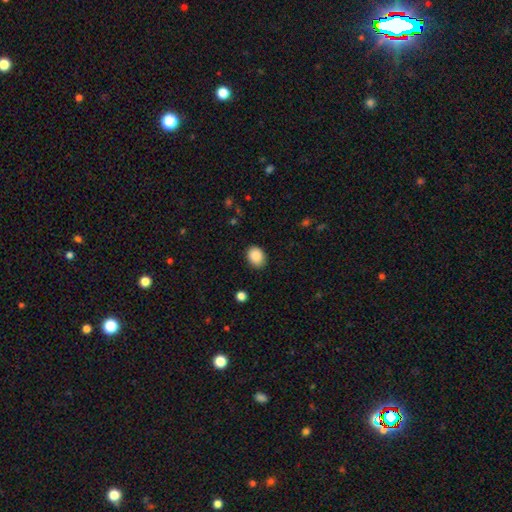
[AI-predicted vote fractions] This is clearly a smooth galaxy (89%). How rounded: possibly in between (57%). Merging: clearly none (83%).